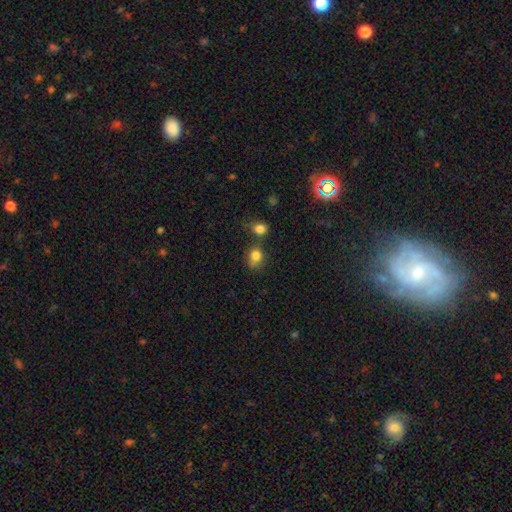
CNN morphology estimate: Smooth or featured? smooth (80%)
How rounded? round (60%)
Merging? none (53%)